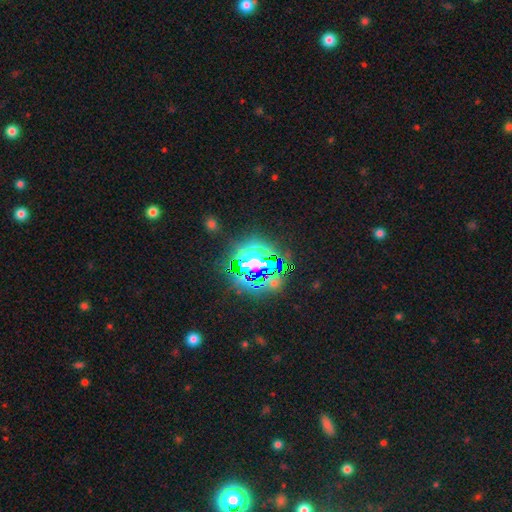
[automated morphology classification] Overall: star or artifact (80%).